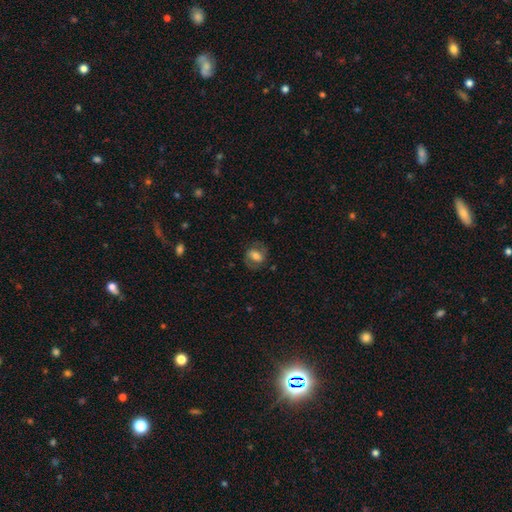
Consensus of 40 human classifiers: Smooth or featured? 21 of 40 (52%) said smooth. How rounded? 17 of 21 (81%) said in between. Merging? 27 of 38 (71%) said none.